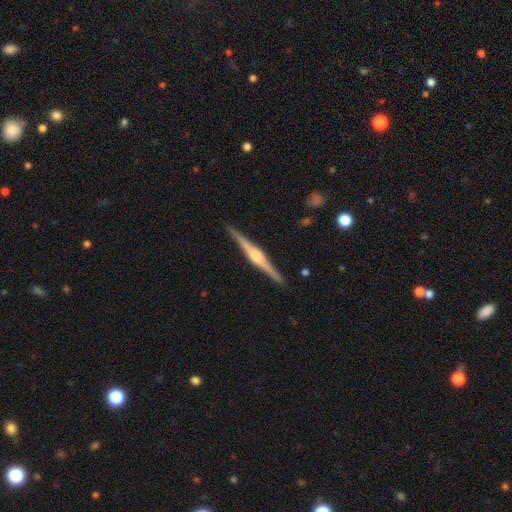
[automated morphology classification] This appears to be a featured or disk galaxy (85%) viewed edge-on (99%) with a rounded central bulge (80%). Merging: none (91%).